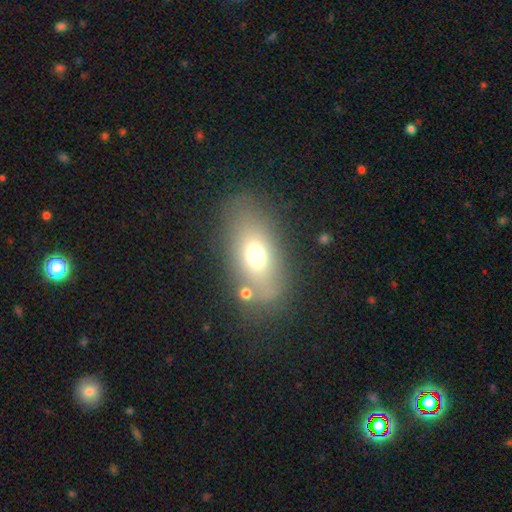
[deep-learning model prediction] Morphology: type=smooth (67%); roundness=in between (83%); merging=none (74%).